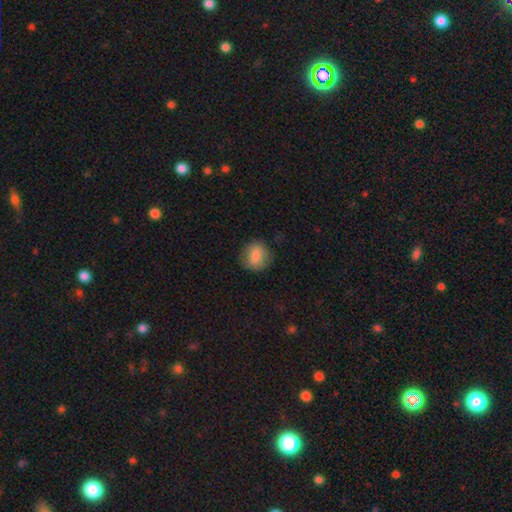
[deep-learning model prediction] Overall: smooth (83%). How rounded: round (83%). Merging: none (85%).